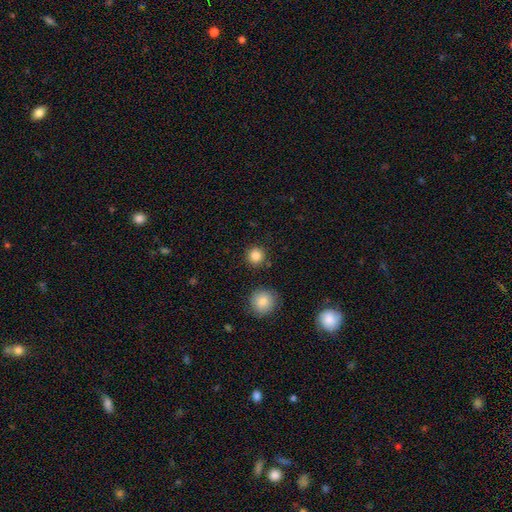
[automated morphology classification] type=smooth (85%); roundness=round (95%); merging=none (88%).